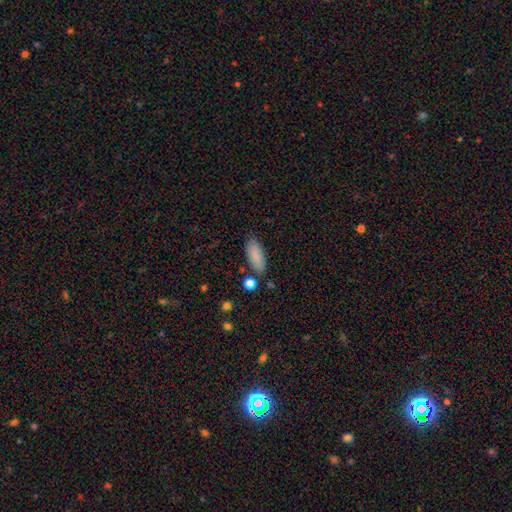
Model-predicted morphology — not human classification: smooth_or_featured: smooth (p=0.87) [alt: star or artifact p=0.07]
how_rounded: in between (p=0.77) [alt: cigar-shaped p=0.21]
merging: none (p=0.81) [alt: minor disturbance p=0.12]